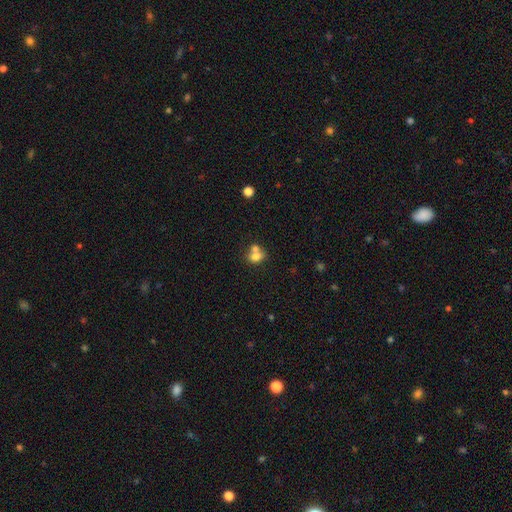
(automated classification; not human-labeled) A smooth galaxy with no disk features (73%) that is in between round and cigar-shaped (51%).

Vote fractions:
- Smooth or featured? smooth: 73% / featured or disk: 15% / star or artifact: 11%
- How rounded? in between: 51% / round: 47% / cigar-shaped: 1%
- Merging? merger: 52% / none: 35% / minor disturbance: 9% / major disturbance: 4%